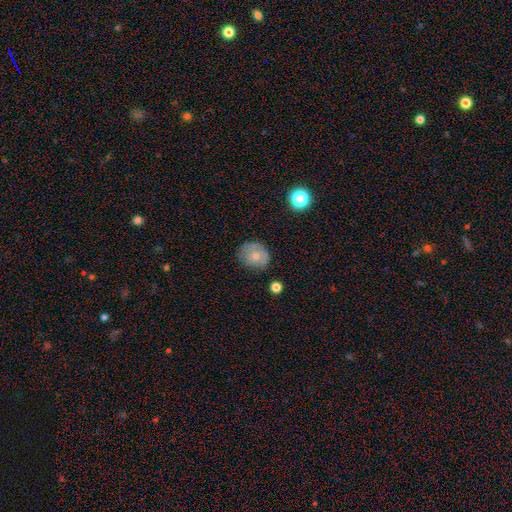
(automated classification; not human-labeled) Smooth or featured?
  - smooth: 65% *
  - featured or disk: 25%
  - star or artifact: 10%
How rounded?
  - round: 74% *
  - in between: 25%
  - cigar-shaped: 1%
Merging?
  - none: 69% *
  - minor disturbance: 22%
  - major disturbance: 6%
  - merger: 2%